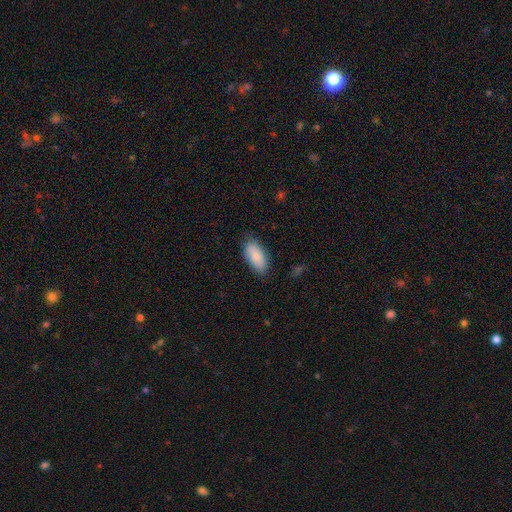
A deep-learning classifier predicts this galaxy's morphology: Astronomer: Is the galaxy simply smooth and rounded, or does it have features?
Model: smooth — 88%.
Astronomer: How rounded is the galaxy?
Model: in between — 90%.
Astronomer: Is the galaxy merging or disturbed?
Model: none — 81%.